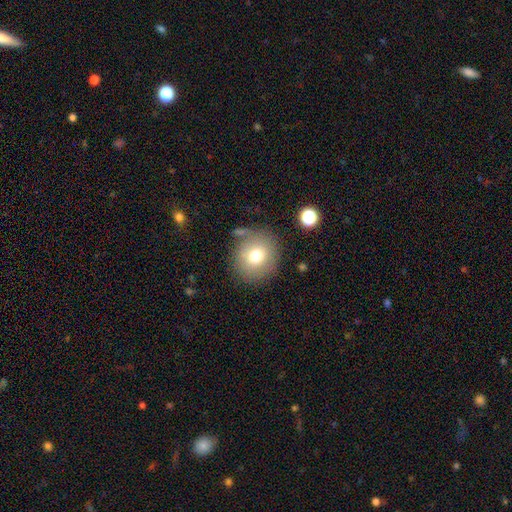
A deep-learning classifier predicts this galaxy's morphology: Smooth or featured? smooth (74%)
How rounded? round (88%)
Merging? none (77%)